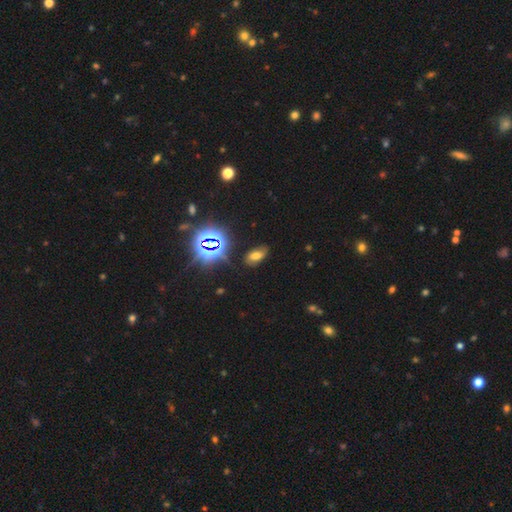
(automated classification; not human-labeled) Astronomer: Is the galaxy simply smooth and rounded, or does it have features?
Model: smooth — 49% (runner-up: star or artifact, 34%).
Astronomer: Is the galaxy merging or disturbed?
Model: none — 75%.